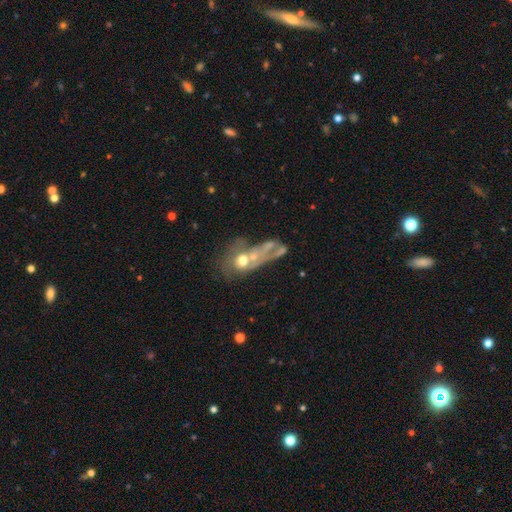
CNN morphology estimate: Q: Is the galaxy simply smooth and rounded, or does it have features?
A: featured or disk — 53%.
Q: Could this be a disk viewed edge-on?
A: no — 91%.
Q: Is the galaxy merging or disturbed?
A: merger — 41%.